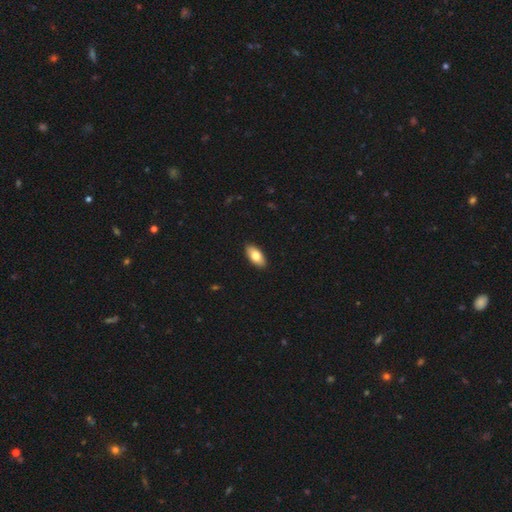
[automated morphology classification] A smooth galaxy with no disk features (77%) that is in between round and cigar-shaped (90%).

Vote fractions:
- Smooth or featured? smooth: 77% / featured or disk: 17% / star or artifact: 6%
- How rounded? in between: 90% / cigar-shaped: 7% / round: 3%
- Merging? none: 90% / minor disturbance: 7% / major disturbance: 1% / merger: 1%